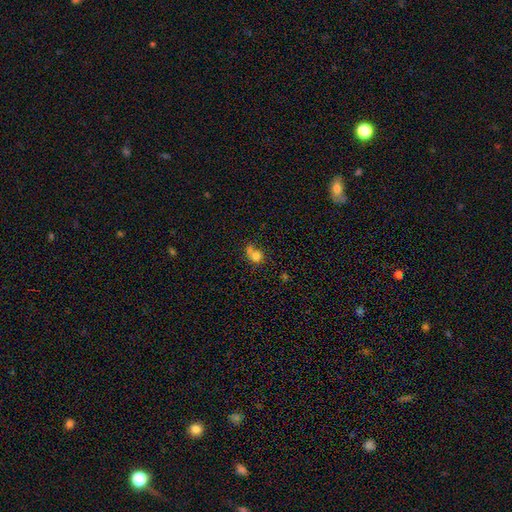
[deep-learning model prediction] smooth_or_featured: smooth (p=0.76) [alt: star or artifact p=0.13]
how_rounded: round (p=0.80) [alt: in between p=0.19]
merging: merger (p=0.43) [alt: none p=0.38]